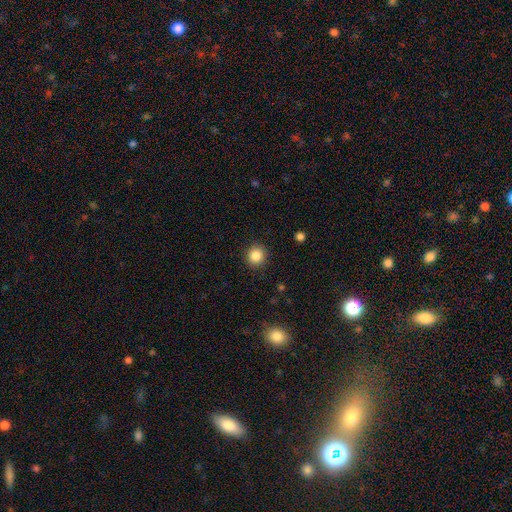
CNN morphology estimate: A smooth galaxy with no disk features (86%) that is round (91%). Merging: none (91%).